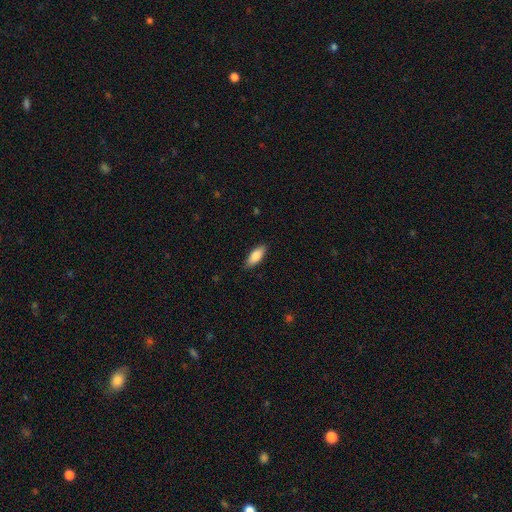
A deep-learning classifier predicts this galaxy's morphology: Overall: smooth (84%). How rounded: in between (74%). Merging: none (88%).